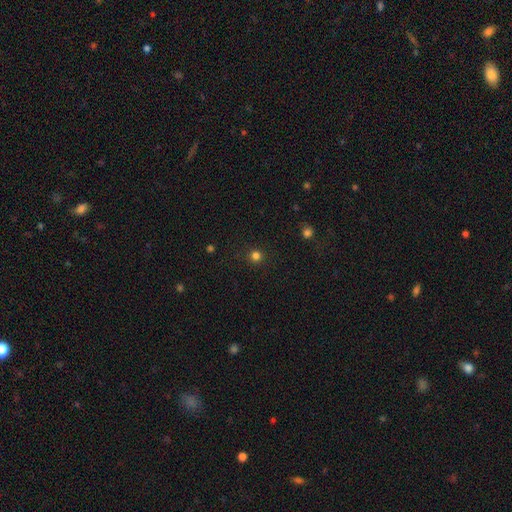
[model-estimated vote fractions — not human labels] A smooth galaxy with no disk features (80%) that is round (95%). Merging: none (91%).